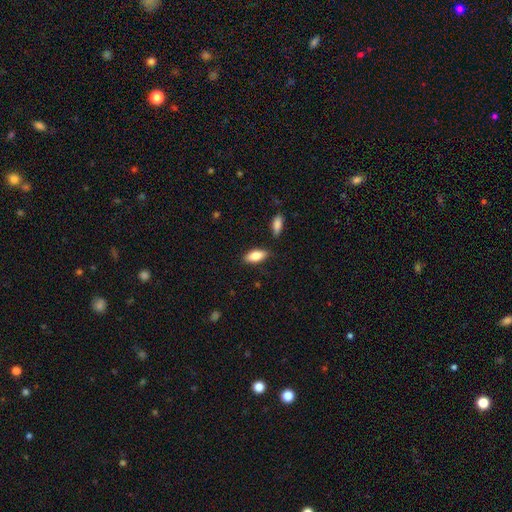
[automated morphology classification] Overall: smooth (82%). How rounded: in between (84%). Merging: none (82%).